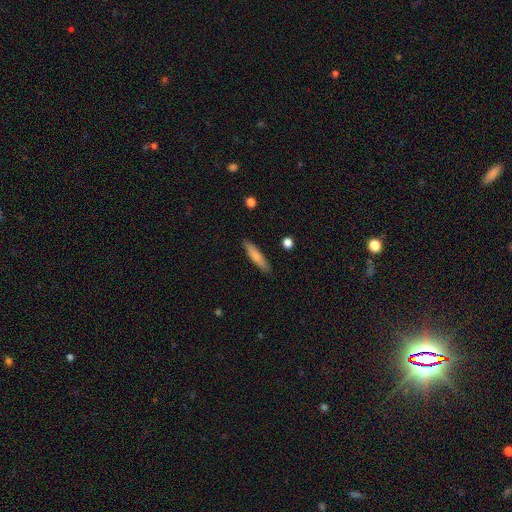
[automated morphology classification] A smooth galaxy with no disk features (77%) that is cigar-shaped (84%).

Vote fractions:
- Smooth or featured? smooth: 77% / featured or disk: 17% / star or artifact: 6%
- How rounded? cigar-shaped: 84% / in between: 15% / round: 1%
- Merging? none: 88% / minor disturbance: 9% / major disturbance: 2% / merger: 1%